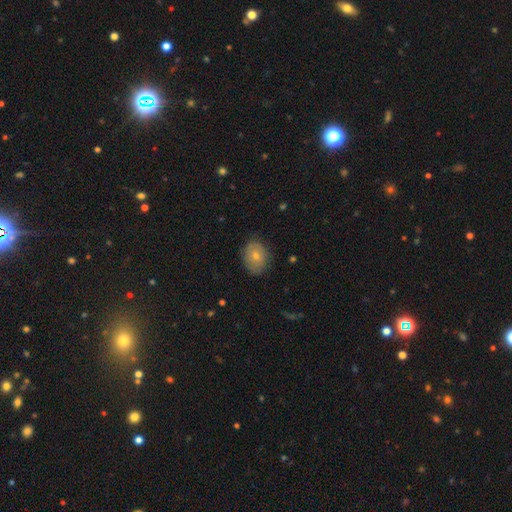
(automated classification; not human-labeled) smooth 68%, featured or disk 24%, star or artifact 8%. Down the decision tree: how rounded — in between (58%); merging — none (76%).